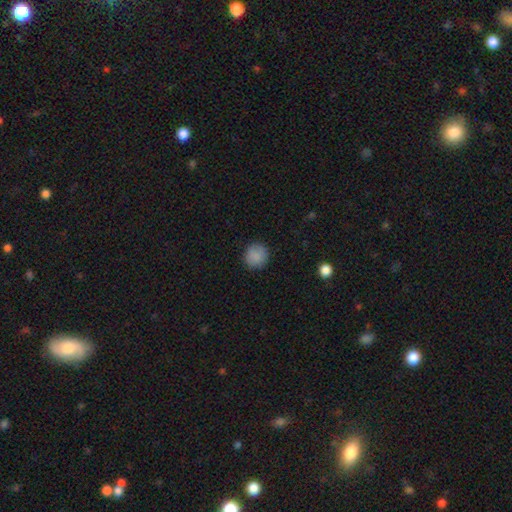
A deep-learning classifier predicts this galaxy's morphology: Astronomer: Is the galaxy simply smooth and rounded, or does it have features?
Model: smooth — 87%.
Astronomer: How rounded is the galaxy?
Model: round — 91%.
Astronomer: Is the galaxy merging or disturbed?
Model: none — 87%.